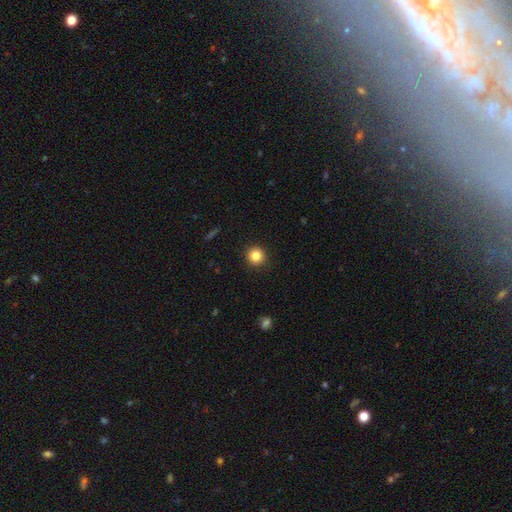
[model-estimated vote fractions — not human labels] Smooth or featured? Predicted: smooth (p=0.84). How rounded? Predicted: round (p=0.94). Merging? Predicted: none (p=0.92).